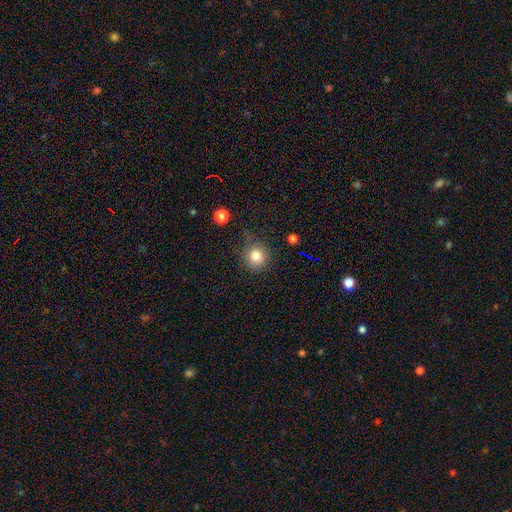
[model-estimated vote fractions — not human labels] The model was most divided on "merging": none: 80%, minor disturbance: 14%, major disturbance: 4%, merger: 3%. More confident: how rounded — round (93%); smooth or featured — smooth (80%).